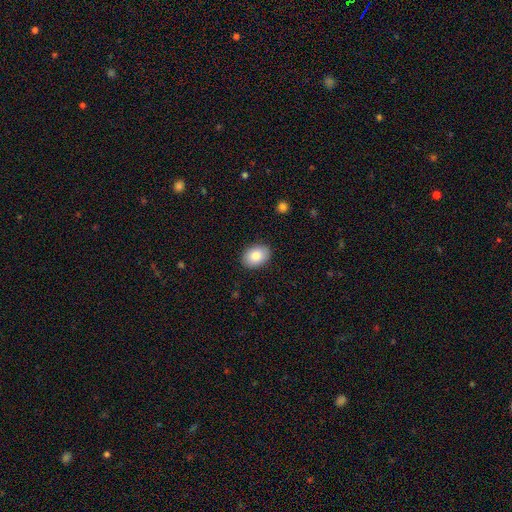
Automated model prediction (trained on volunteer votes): This appears to be a smooth galaxy with no disk features (85%) that is in between round and cigar-shaped (77%). Merging: none (89%).